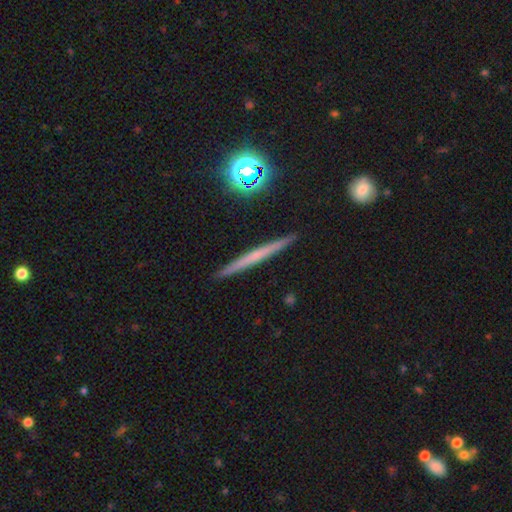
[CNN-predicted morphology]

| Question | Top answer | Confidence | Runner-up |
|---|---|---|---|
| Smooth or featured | featured or disk | 50% | smooth (40%) |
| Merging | none | 92% | minor disturbance (6%) |